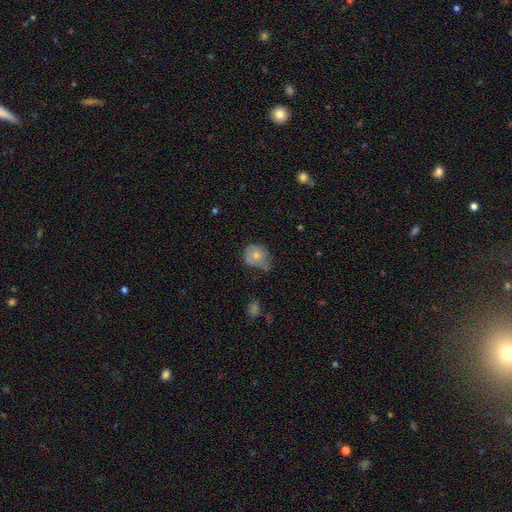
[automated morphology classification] Smooth or featured? smooth (72%)
How rounded? round (69%)
Merging? none (42%)